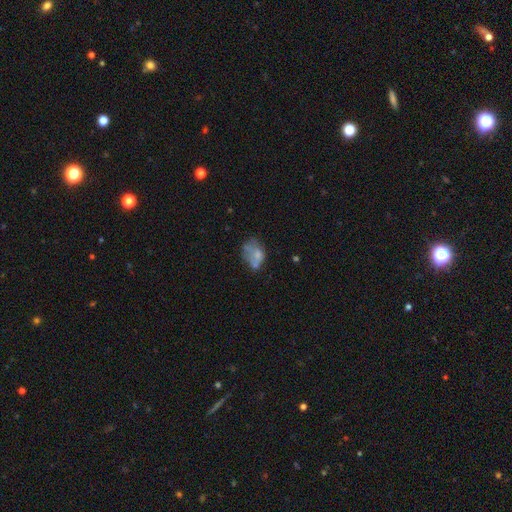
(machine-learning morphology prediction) Smooth or featured? Predicted: smooth (p=0.54). How rounded? Predicted: in between (p=0.76). Merging? Predicted: none (p=0.30).